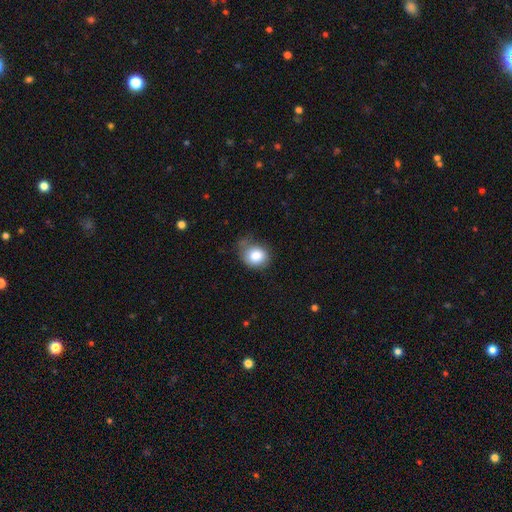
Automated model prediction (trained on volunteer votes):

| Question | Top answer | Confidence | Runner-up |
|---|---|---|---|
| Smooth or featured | smooth | 83% | star or artifact (8%) |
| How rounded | round | 59% | in between (40%) |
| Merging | none | 44% | minor disturbance (38%) |